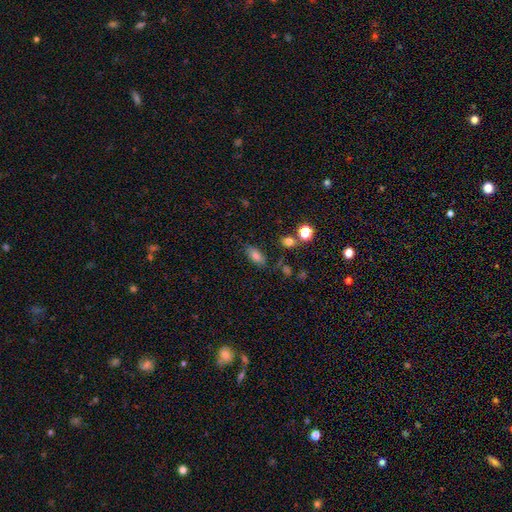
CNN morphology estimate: type=smooth (78%); roundness=in between (84%); merging=none (77%).